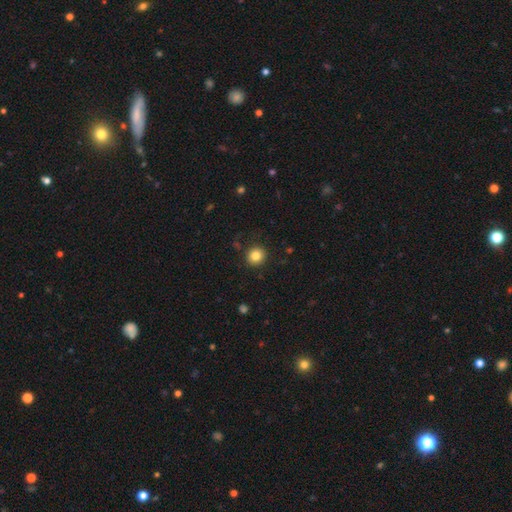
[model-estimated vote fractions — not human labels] A smooth galaxy with no disk features (83%) that is round (91%). Merging: none (90%).